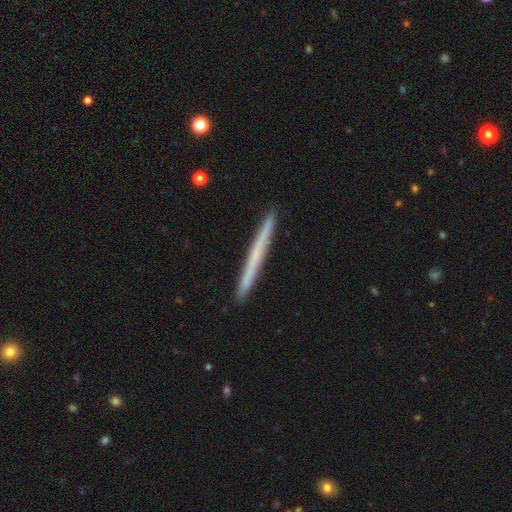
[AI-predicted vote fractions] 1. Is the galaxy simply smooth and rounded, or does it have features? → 50% smooth, 44% featured or disk, 6% star or artifact.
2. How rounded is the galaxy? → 98% cigar-shaped, 1% in between, 1% round.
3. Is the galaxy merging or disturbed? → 93% none, 5% minor disturbance, 1% major disturbance, 1% merger.